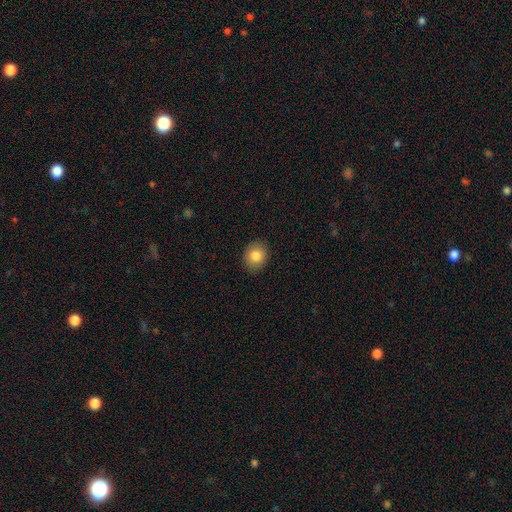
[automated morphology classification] smooth_or_featured: smooth (p=0.83) [alt: star or artifact p=0.09]
how_rounded: round (p=0.64) [alt: in between p=0.35]
merging: none (p=0.89) [alt: minor disturbance p=0.08]